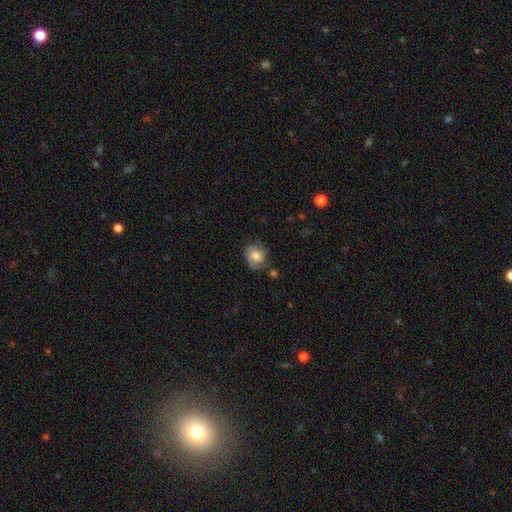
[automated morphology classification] smooth 64%, featured or disk 27%, star or artifact 8%. Down the decision tree: how rounded — round (69%); merging — none (59%).